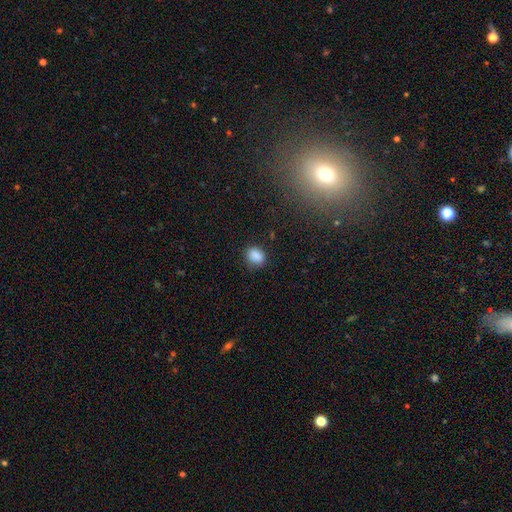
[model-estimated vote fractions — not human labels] A smooth galaxy with no disk features (86%) that is in between round and cigar-shaped (57%). Merging: none (76%).